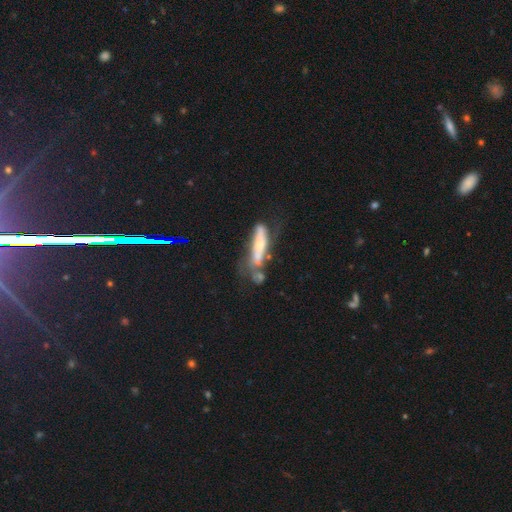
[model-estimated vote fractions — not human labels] This appears to be a featured or disk galaxy (55%). Merging: none (33%).